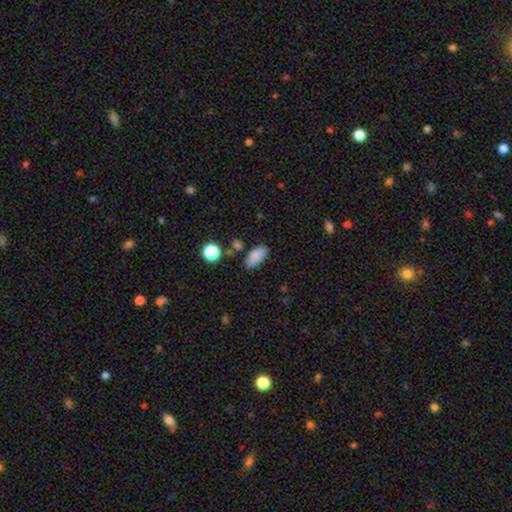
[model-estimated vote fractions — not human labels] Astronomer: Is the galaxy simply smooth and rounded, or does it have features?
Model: smooth — 85%.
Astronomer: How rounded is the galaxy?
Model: in between — 91%.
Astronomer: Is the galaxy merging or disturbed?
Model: none — 75%.